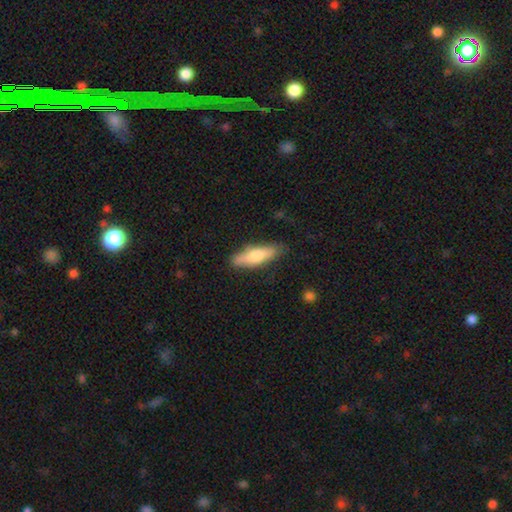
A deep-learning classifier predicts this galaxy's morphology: smooth-or-featured: smooth: 69% | featured or disk: 26% | star or artifact: 6%
  how-rounded: cigar-shaped: 60% | in between: 38% | round: 2%
  merging: none: 82% | minor disturbance: 13% | major disturbance: 3% | merger: 2%